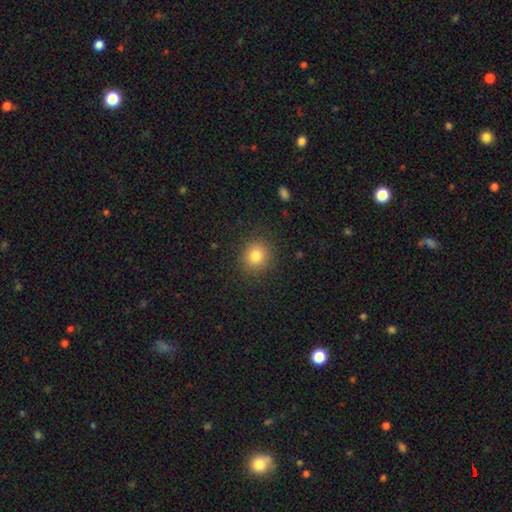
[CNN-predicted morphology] Q: Smooth or featured?
A: smooth (81%); runner-up: star or artifact (12%)
Q: How rounded?
A: round (84%); runner-up: in between (15%)
Q: Merging?
A: none (89%); runner-up: minor disturbance (8%)